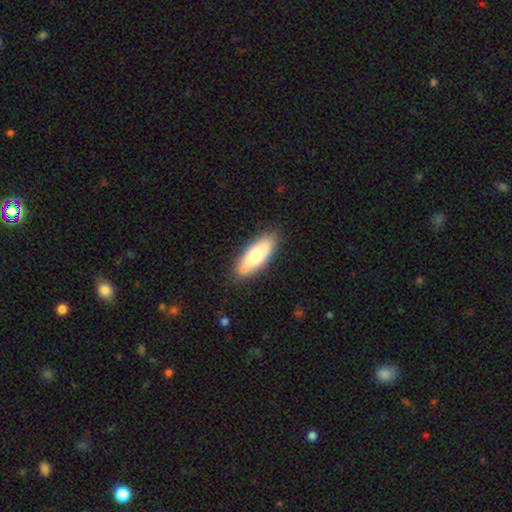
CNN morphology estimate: This is likely a smooth galaxy (69%). How rounded: likely in between (76%). Merging: likely none (77%).